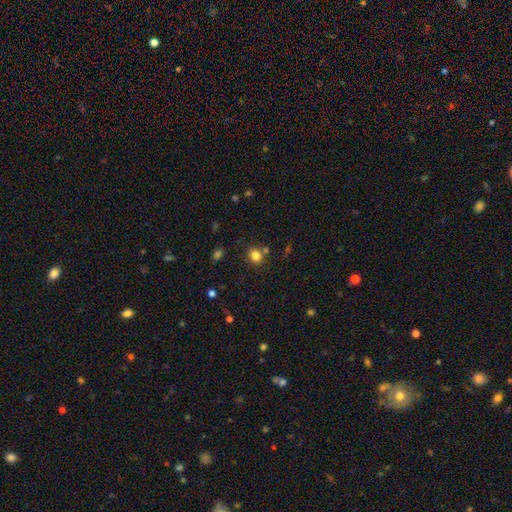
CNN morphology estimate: The model was most divided on "how rounded": round: 72%, in between: 27%, cigar-shaped: 1%. More confident: smooth or featured — smooth (81%); merging — none (75%).